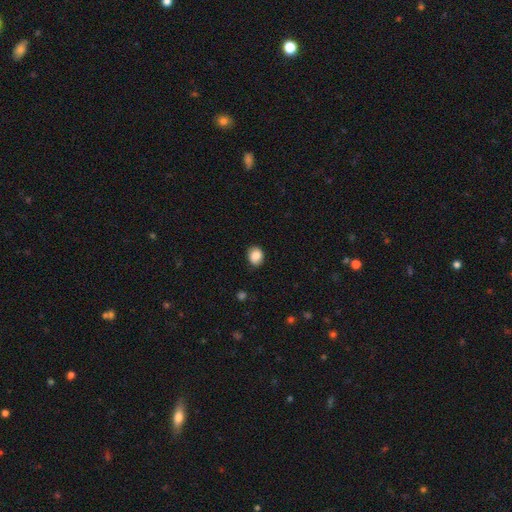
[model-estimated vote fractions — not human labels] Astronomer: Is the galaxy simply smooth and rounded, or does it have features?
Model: smooth — 88%.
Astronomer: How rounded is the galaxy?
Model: round — 55% (runner-up: in between, 44%).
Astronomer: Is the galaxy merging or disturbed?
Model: none — 82%.